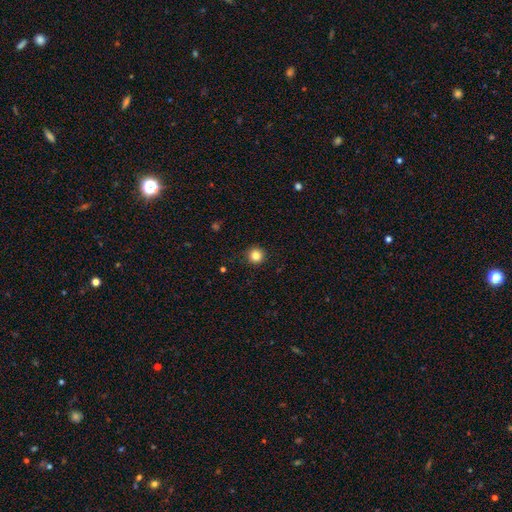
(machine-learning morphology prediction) smooth-or-featured: smooth: 84% | star or artifact: 11% | featured or disk: 4%
  how-rounded: round: 96% | in between: 3% | cigar-shaped: 1%
  merging: none: 91% | minor disturbance: 6% | major disturbance: 2% | merger: 1%